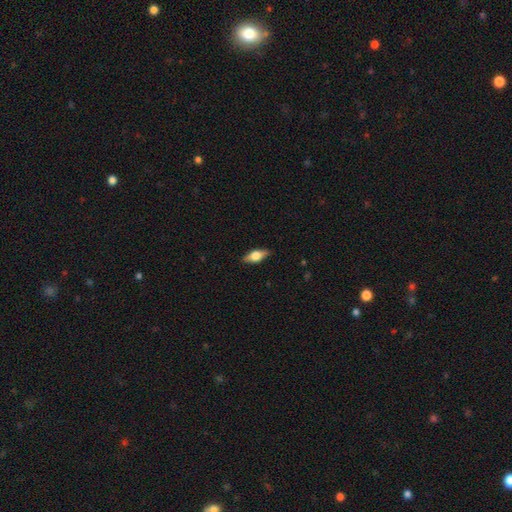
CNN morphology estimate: This is possibly a smooth galaxy (52%). How rounded: likely in between (73%). Merging: clearly none (87%).